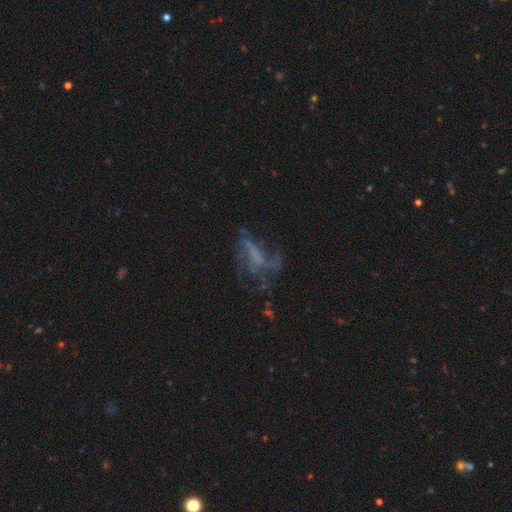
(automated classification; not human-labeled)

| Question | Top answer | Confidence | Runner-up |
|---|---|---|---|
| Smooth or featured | featured or disk | 57% | smooth (22%) |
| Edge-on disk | no | 90% | yes (10%) |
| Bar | no | 64% | weak (23%) |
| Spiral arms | no | 58% | yes (42%) |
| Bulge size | none | 74% | small (13%) |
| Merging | none | 41% | major disturbance (37%) |